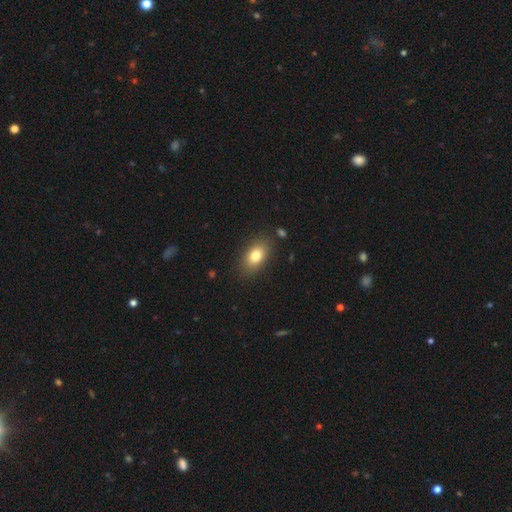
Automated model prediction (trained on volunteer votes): Smooth or featured? Predicted: smooth (p=0.79). How rounded? Predicted: in between (p=0.85). Merging? Predicted: none (p=0.85).